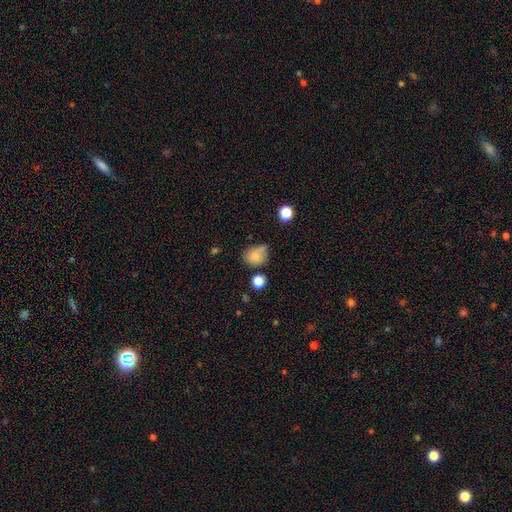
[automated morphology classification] smooth 76%, featured or disk 12%, star or artifact 12%. Down the decision tree: how rounded — round (51%); merging — none (46%).